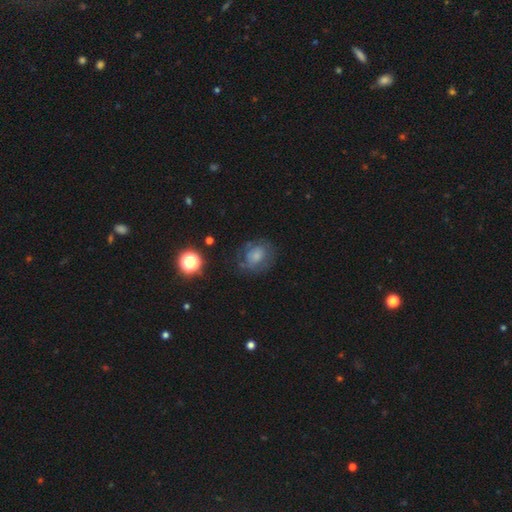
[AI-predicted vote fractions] This is possibly a smooth galaxy (50%). Merging: likely none (61%).